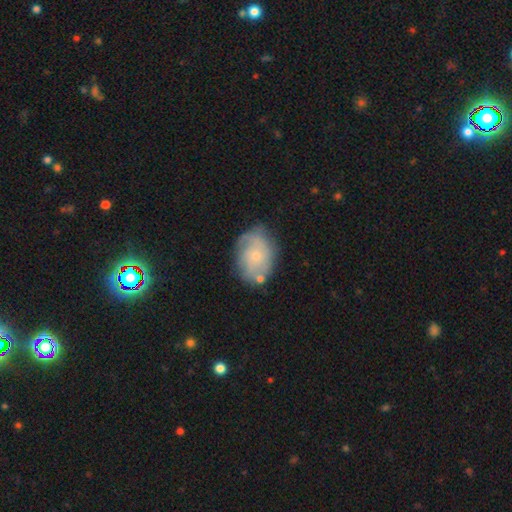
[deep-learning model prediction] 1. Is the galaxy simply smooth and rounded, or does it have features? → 58% featured or disk, 35% smooth, 7% star or artifact.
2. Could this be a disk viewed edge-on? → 97% no, 3% yes.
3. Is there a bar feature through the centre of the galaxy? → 77% no, 20% weak, 3% strong.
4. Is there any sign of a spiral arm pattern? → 78% yes, 22% no.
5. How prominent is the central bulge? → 68% small, 27% moderate, 3% none, 2% large, 1% dominant.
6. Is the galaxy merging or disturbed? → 65% none, 23% minor disturbance, 7% major disturbance, 5% merger.